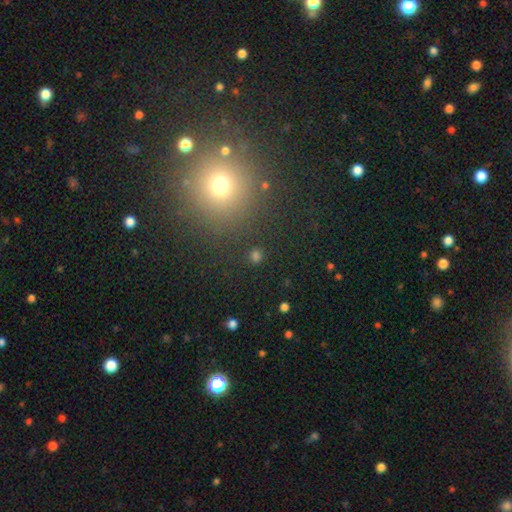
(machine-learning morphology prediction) Smooth or featured: smooth — 71% (star or artifact — 23%)
How rounded: round — 89% (in between — 10%)
Merging: none — 86% (minor disturbance — 7%)